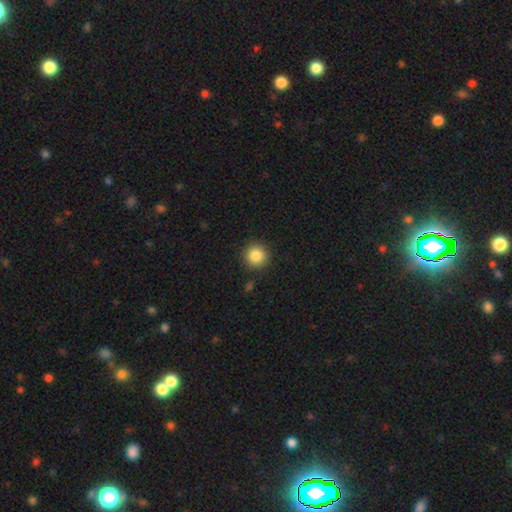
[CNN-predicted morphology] Q: Smooth or featured?
A: smooth (87%); runner-up: star or artifact (9%)
Q: How rounded?
A: round (95%); runner-up: in between (4%)
Q: Merging?
A: none (90%); runner-up: minor disturbance (6%)